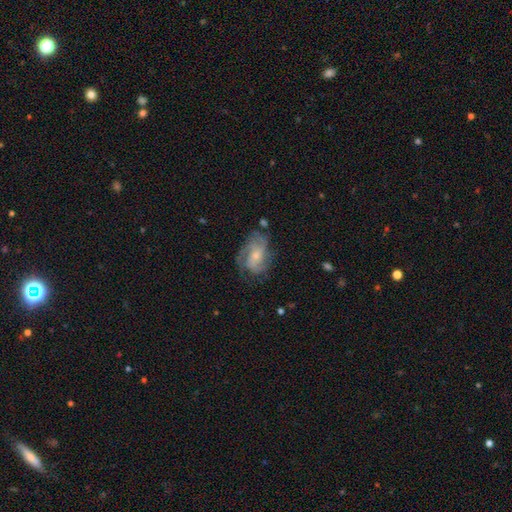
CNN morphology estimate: A featured or disk galaxy (77%) with no bar (62%), 3 (32%) medium (45%) spiral arms (92%) and a small central bulge (56%). Merging: none (60%).